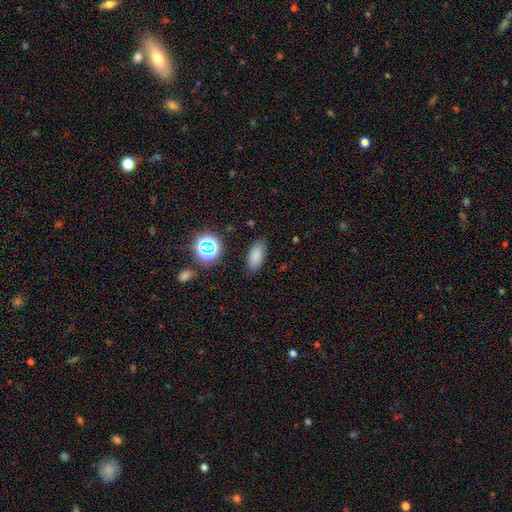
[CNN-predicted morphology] A smooth galaxy with no disk features (79%) that is in between round and cigar-shaped (87%).

Vote fractions:
- Smooth or featured? smooth: 79% / star or artifact: 14% / featured or disk: 7%
- How rounded? in between: 87% / cigar-shaped: 8% / round: 5%
- Merging? none: 84% / minor disturbance: 11% / major disturbance: 3% / merger: 2%